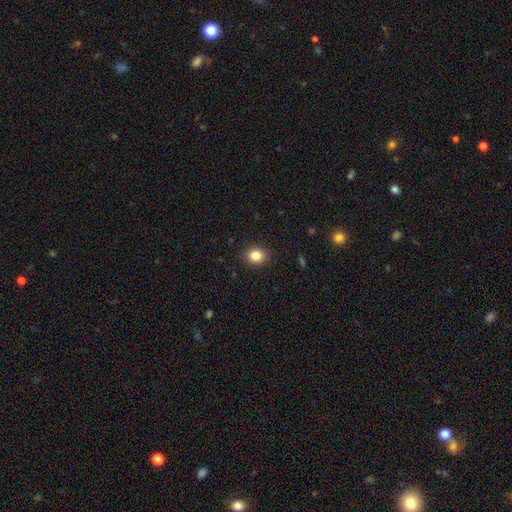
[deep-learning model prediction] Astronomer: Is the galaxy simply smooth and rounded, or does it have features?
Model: smooth — 84%.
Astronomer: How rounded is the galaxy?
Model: round — 59% (runner-up: in between, 40%).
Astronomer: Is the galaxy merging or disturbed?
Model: none — 89%.